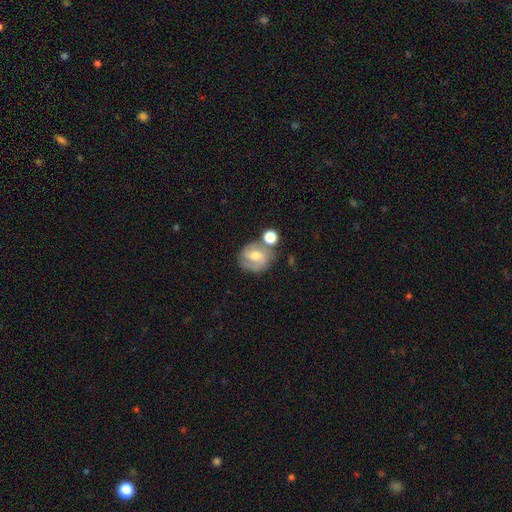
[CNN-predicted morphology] A featured or disk galaxy (53%) with a weak bar (47%), spiral arms (82%) and a moderate central bulge (63%).

Vote fractions:
- Smooth or featured? featured or disk: 53% / smooth: 38% / star or artifact: 9%
- Edge-on disk? no: 97% / yes: 3%
- Bar? weak: 47% / no: 39% / strong: 14%
- Spiral arms? yes: 82% / no: 18%
- Bulge size? moderate: 63% / small: 27% / large: 6% / none: 3% / dominant: 1%
- Merging? none: 57% / merger: 20% / minor disturbance: 16% / major disturbance: 7%